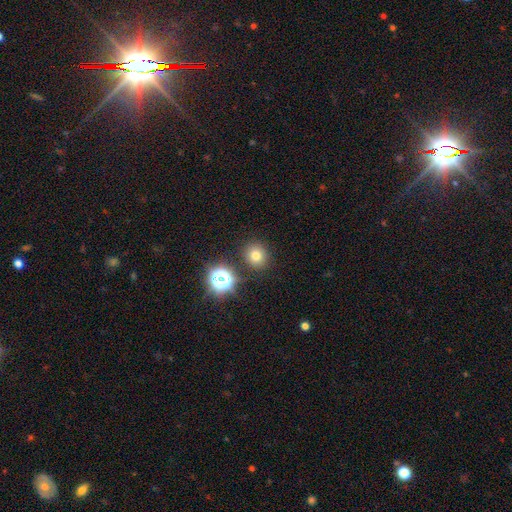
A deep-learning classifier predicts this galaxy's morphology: Smooth or featured: smooth — 71% (star or artifact — 20%)
How rounded: round — 85% (in between — 14%)
Merging: none — 87% (minor disturbance — 7%)